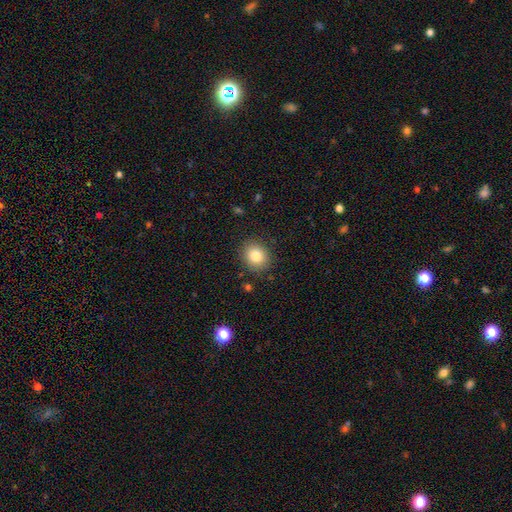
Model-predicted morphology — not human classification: smooth_or_featured: smooth (p=0.82) [alt: star or artifact p=0.10]
how_rounded: round (p=0.73) [alt: in between p=0.26]
merging: none (p=0.87) [alt: minor disturbance p=0.09]